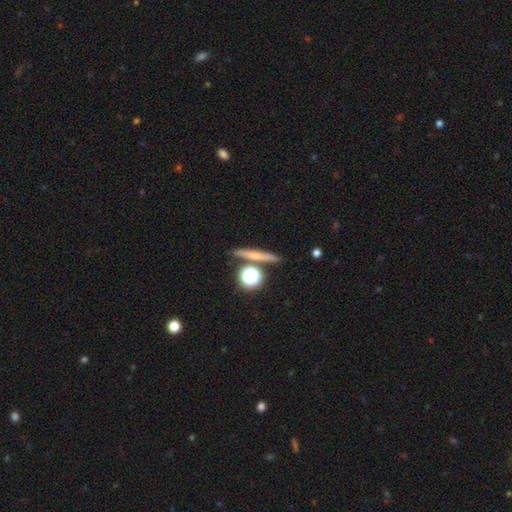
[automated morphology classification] smooth_or_featured: smooth (p=0.51) [alt: featured or disk p=0.33]
how_rounded: cigar-shaped (p=0.62) [alt: round p=0.27]
merging: none (p=0.80) [alt: merger p=0.09]